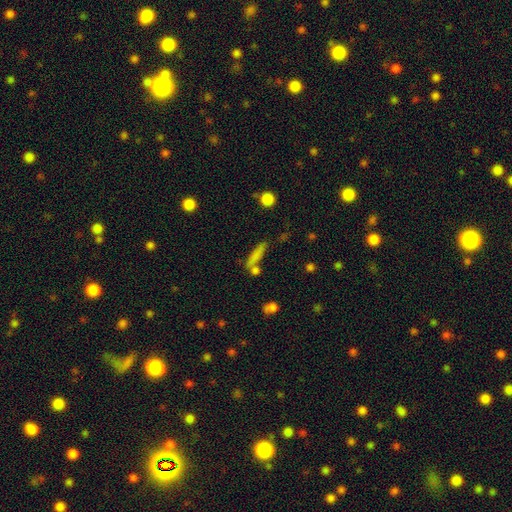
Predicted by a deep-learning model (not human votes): A smooth galaxy with no disk features (74%) that is cigar-shaped (78%).

Vote fractions:
- Smooth or featured? smooth: 74% / featured or disk: 16% / star or artifact: 10%
- How rounded? cigar-shaped: 78% / in between: 18% / round: 4%
- Merging? none: 60% / merger: 20% / minor disturbance: 14% / major disturbance: 6%